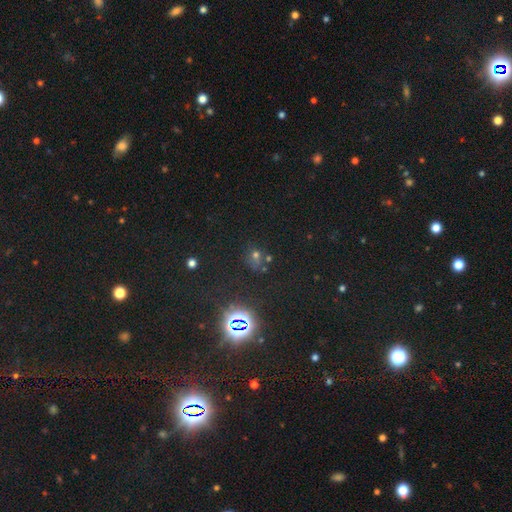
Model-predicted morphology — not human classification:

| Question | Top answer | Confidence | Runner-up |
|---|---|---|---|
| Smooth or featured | star or artifact | 53% | smooth (36%) |